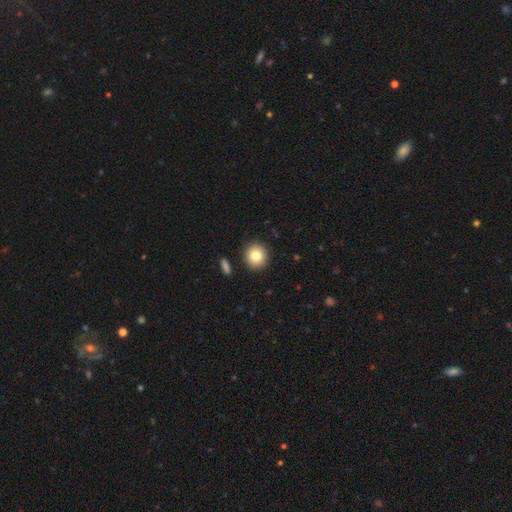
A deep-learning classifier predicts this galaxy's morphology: Smooth or featured: smooth — 81% (star or artifact — 9%)
How rounded: round — 89% (in between — 10%)
Merging: none — 90% (minor disturbance — 6%)